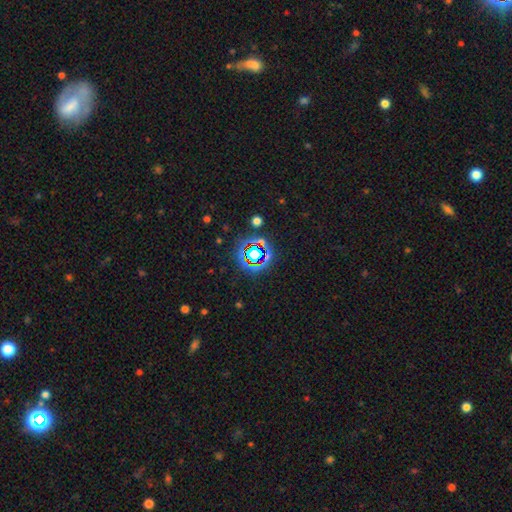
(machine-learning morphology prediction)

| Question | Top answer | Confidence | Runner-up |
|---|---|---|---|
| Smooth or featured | star or artifact | 69% | smooth (20%) |